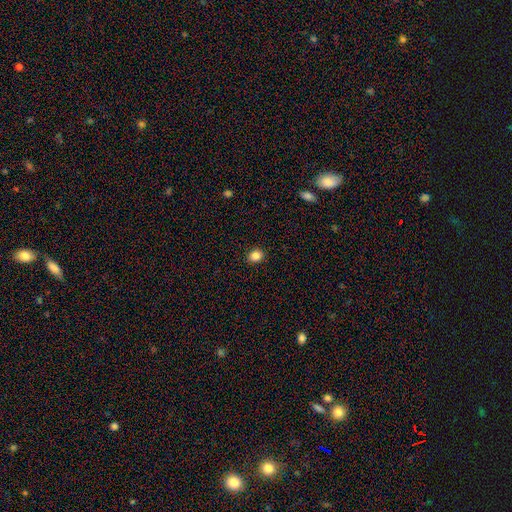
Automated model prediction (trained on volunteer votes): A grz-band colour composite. It shows a smooth galaxy with no disk features (86%) that is round (68%). Merging: none (91%).